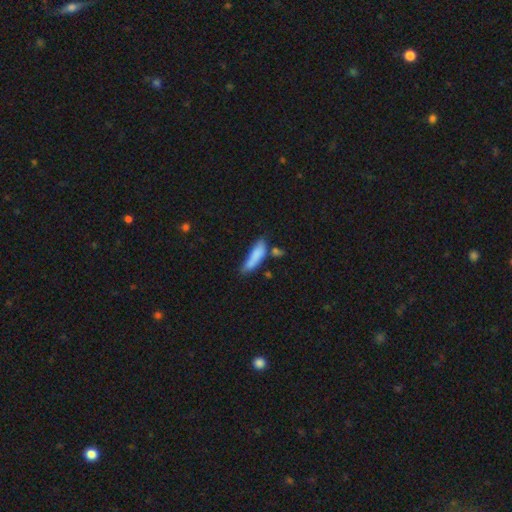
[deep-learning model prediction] Morphology: type=smooth (79%); roundness=cigar-shaped (58%); merging=none (44%).